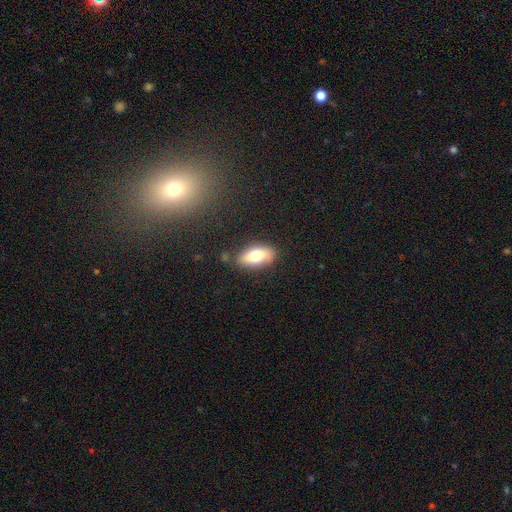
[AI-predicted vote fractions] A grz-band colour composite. It shows a smooth galaxy with no disk features (73%) that is in between round and cigar-shaped (87%). Merging: none (76%).